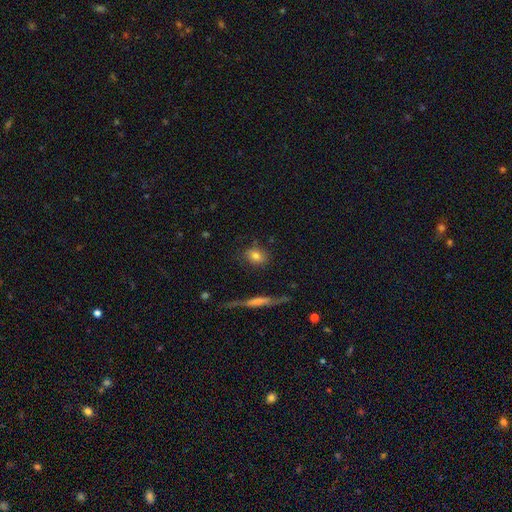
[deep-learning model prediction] smooth_or_featured: smooth (p=0.73) [alt: featured or disk p=0.16]
how_rounded: in between (p=0.60) [alt: round p=0.35]
merging: none (p=0.73) [alt: minor disturbance p=0.17]